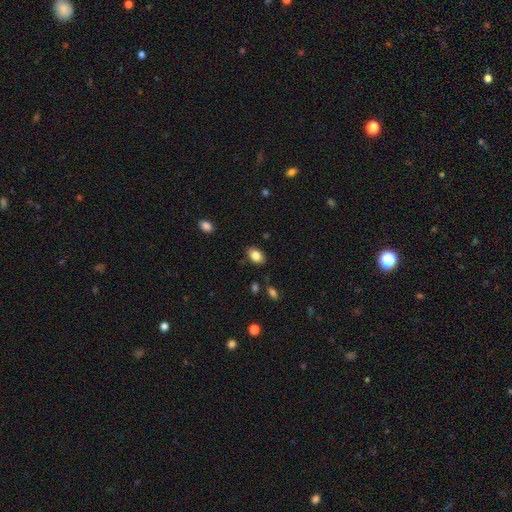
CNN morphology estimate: Smooth or featured: smooth — 83% (featured or disk — 8%)
How rounded: in between — 86% (round — 13%)
Merging: none — 84% (minor disturbance — 12%)